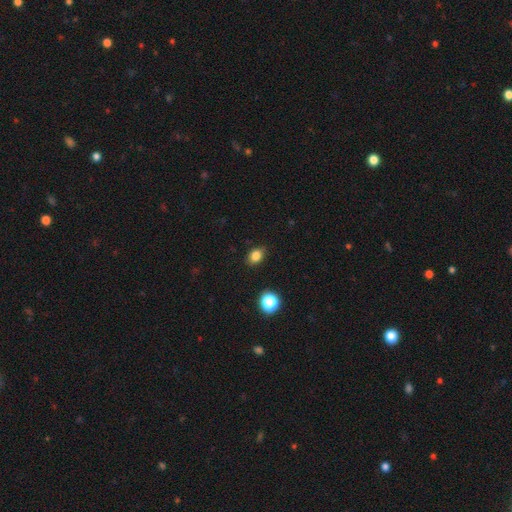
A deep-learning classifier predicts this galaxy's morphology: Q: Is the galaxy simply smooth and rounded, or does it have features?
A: smooth — 83%.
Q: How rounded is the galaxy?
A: in between — 70%.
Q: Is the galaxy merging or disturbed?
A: none — 87%.